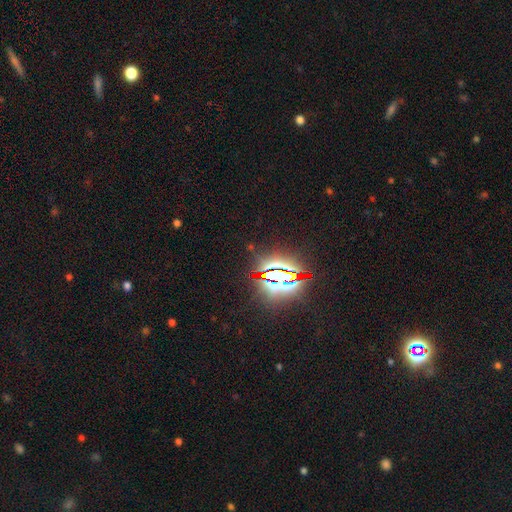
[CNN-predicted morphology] This appears to be a star or artifact, not a galaxy (86%).